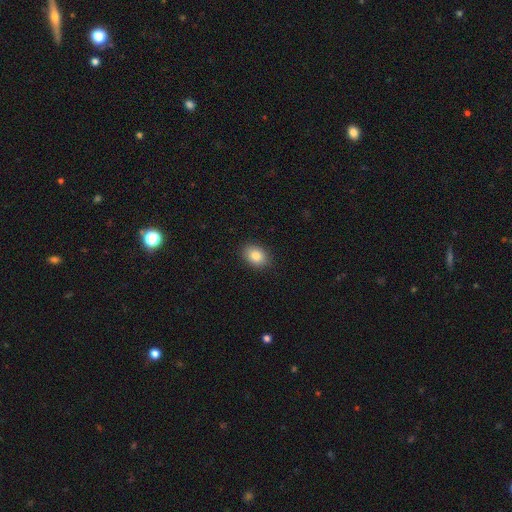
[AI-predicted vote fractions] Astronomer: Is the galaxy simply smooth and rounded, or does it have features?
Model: smooth — 86%.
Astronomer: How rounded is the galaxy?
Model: in between — 73%.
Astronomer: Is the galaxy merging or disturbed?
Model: none — 89%.